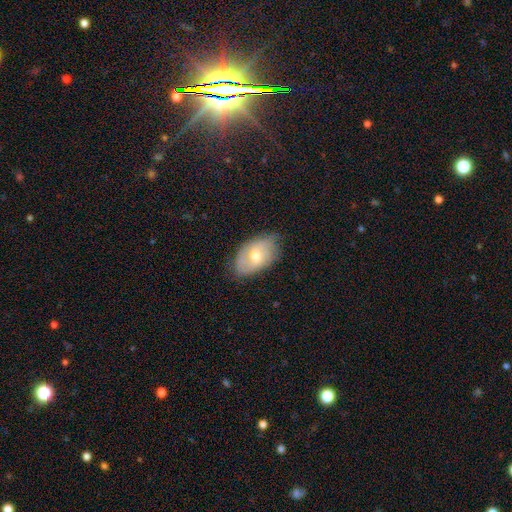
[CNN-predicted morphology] Q: Smooth or featured?
A: smooth (50%); runner-up: featured or disk (43%)
Q: Merging?
A: none (72%); runner-up: minor disturbance (22%)